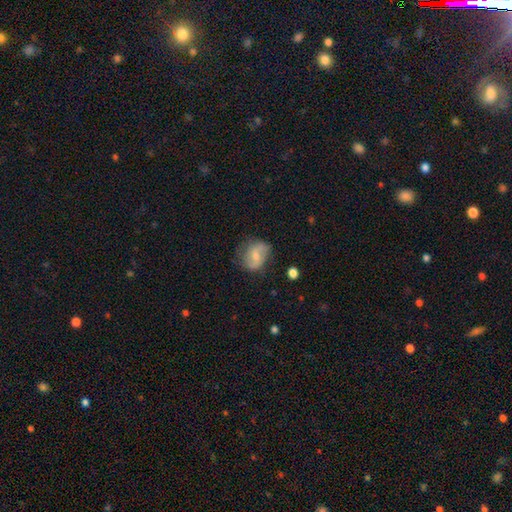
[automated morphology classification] smooth_or_featured: featured or disk (p=0.47) [alt: smooth p=0.46]
merging: none (p=0.62) [alt: minor disturbance p=0.26]